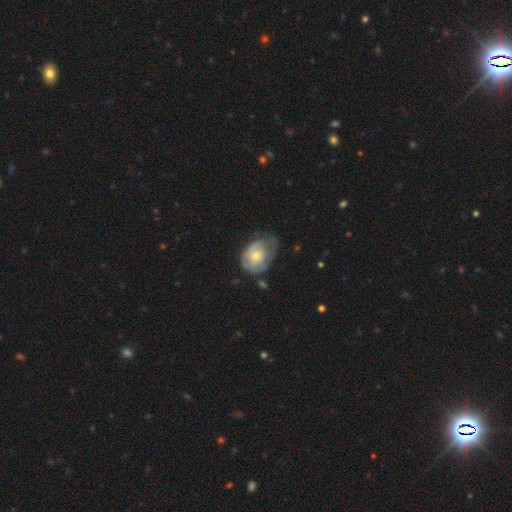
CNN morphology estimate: Smooth or featured: featured or disk — 51% (smooth — 43%)
Edge-on disk: no — 96% (yes — 4%)
Merging: none — 39% (minor disturbance — 36%)